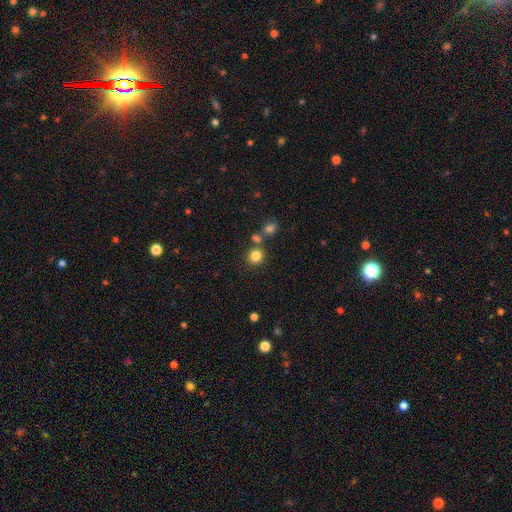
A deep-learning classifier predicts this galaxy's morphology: smooth-or-featured: smooth: 82% | star or artifact: 12% | featured or disk: 5%
  how-rounded: round: 85% | in between: 14% | cigar-shaped: 1%
  merging: none: 72% | merger: 16% | minor disturbance: 9% | major disturbance: 3%